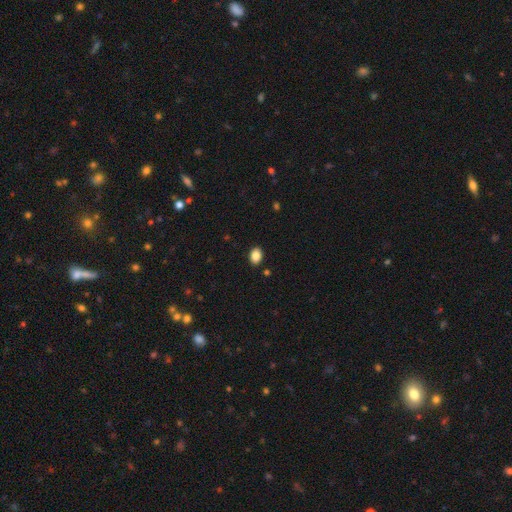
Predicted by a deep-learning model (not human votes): Q: Smooth or featured?
A: smooth (87%); runner-up: star or artifact (9%)
Q: How rounded?
A: in between (75%); runner-up: round (24%)
Q: Merging?
A: none (89%); runner-up: minor disturbance (8%)